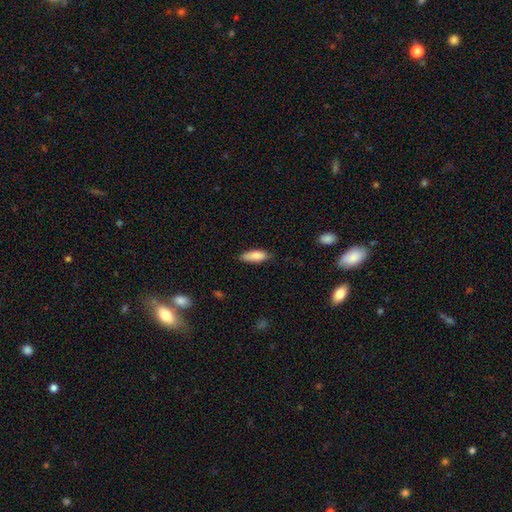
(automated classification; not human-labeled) Overall: smooth (86%). How rounded: in between (66%; cigar-shaped 32%). Merging: none (76%).